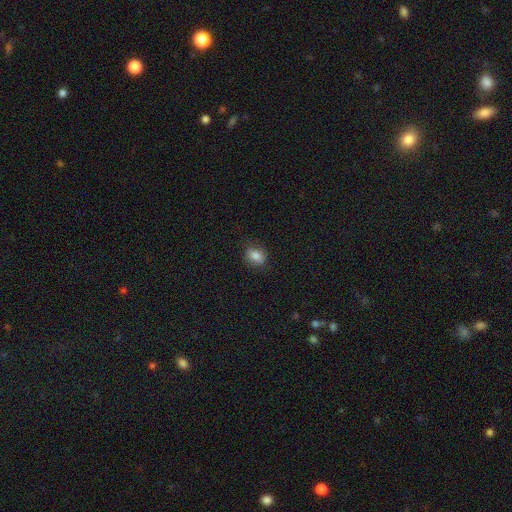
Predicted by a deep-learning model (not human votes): Overall: smooth (83%). How rounded: in between (54%; round 45%). Merging: none (80%).